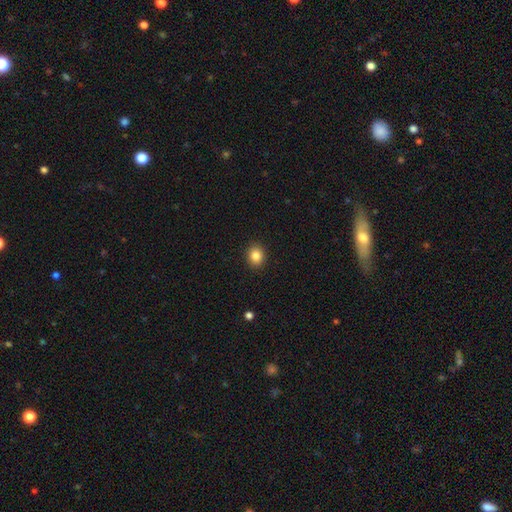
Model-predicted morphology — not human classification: A smooth galaxy with no disk features (84%) that is round (62%). Merging: none (91%).